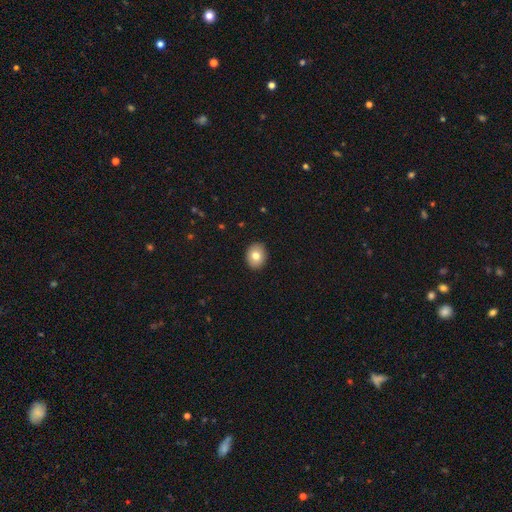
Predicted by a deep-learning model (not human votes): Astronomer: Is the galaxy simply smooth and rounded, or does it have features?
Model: smooth — 77%.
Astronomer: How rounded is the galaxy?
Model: in between — 52% (runner-up: round, 47%).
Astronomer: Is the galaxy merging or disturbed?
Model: none — 91%.